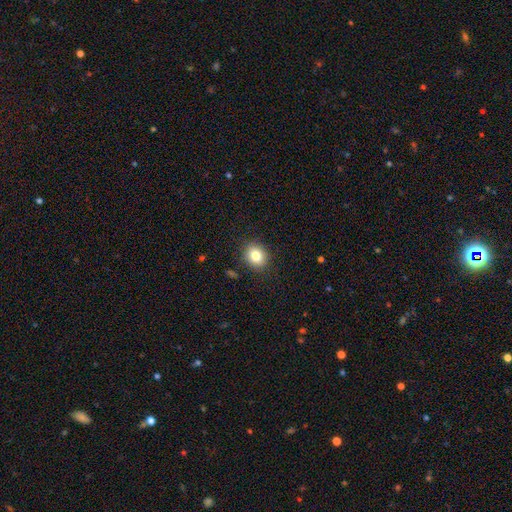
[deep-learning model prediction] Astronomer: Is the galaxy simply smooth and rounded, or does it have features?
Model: smooth — 83%.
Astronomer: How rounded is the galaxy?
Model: round — 56% (runner-up: in between, 43%).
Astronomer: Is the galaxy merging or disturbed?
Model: none — 88%.